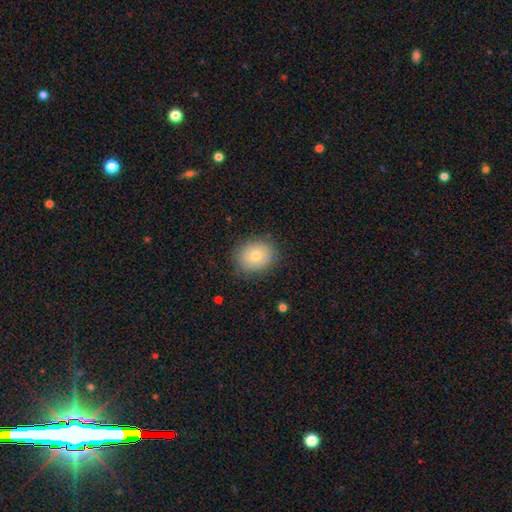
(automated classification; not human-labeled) Smooth or featured?
  - smooth: 73% *
  - featured or disk: 18%
  - star or artifact: 9%
How rounded?
  - round: 61% *
  - in between: 38%
  - cigar-shaped: 1%
Merging?
  - none: 82% *
  - minor disturbance: 13%
  - major disturbance: 4%
  - merger: 1%